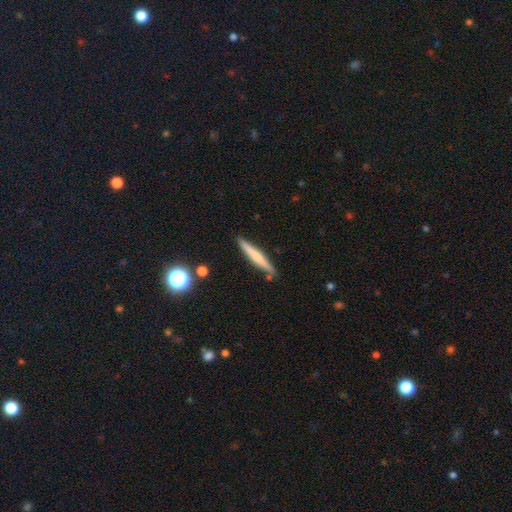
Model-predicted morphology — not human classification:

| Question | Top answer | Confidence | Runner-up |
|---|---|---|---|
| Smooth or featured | smooth | 57% | featured or disk (36%) |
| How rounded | cigar-shaped | 95% | in between (4%) |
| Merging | none | 87% | minor disturbance (8%) |